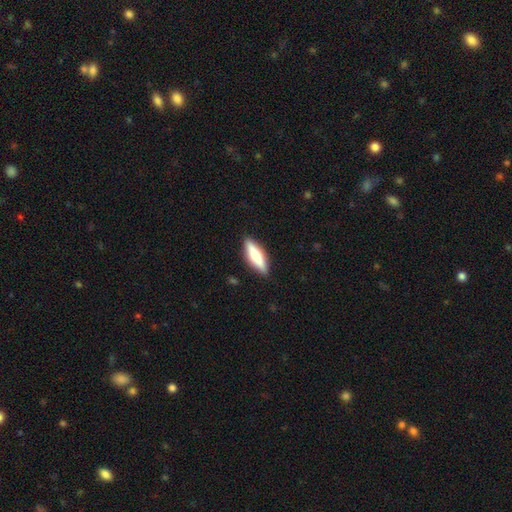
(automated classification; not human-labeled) Q: Smooth or featured?
A: smooth (53%); runner-up: featured or disk (41%)
Q: How rounded?
A: cigar-shaped (67%); runner-up: in between (31%)
Q: Merging?
A: none (89%); runner-up: minor disturbance (8%)